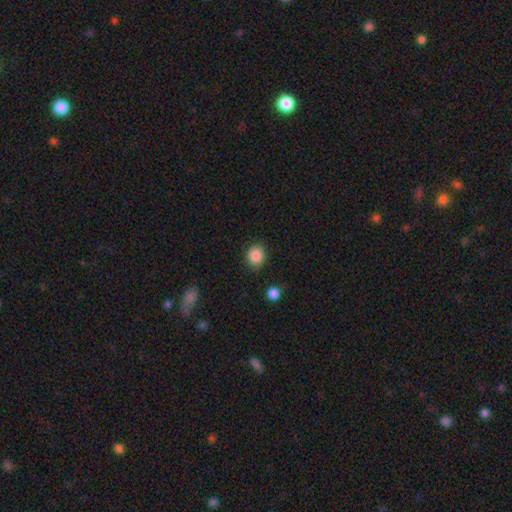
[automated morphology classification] smooth-or-featured: smooth: 87% | star or artifact: 9% | featured or disk: 4%
  how-rounded: round: 79% | in between: 20% | cigar-shaped: 1%
  merging: none: 86% | minor disturbance: 9% | major disturbance: 3% | merger: 2%